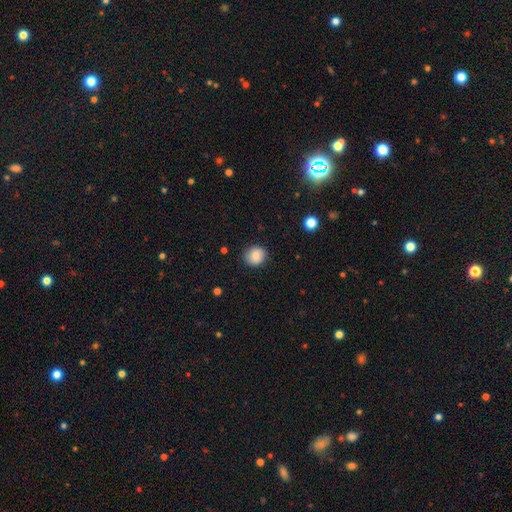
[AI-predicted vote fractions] smooth-or-featured: smooth: 83% | star or artifact: 9% | featured or disk: 8%
  how-rounded: round: 86% | in between: 13% | cigar-shaped: 1%
  merging: none: 87% | minor disturbance: 10% | major disturbance: 2% | merger: 1%